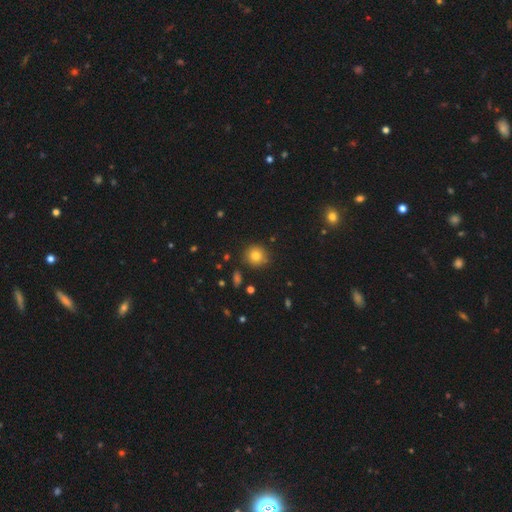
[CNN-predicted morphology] This appears to be a smooth galaxy with no disk features (82%) that is round (90%). Merging: none (86%).